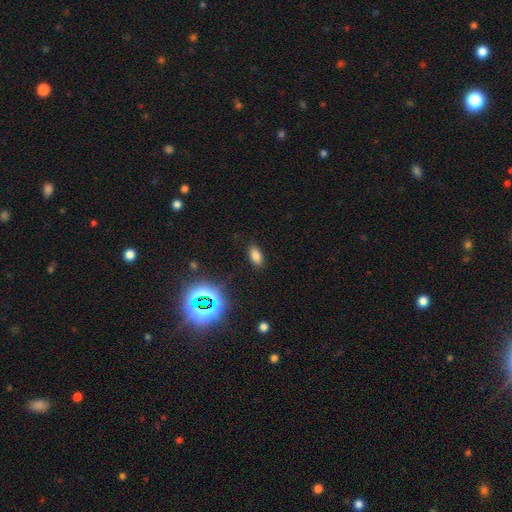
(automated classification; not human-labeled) The model was most divided on "smooth or featured": smooth: 75%, star or artifact: 19%, featured or disk: 6%. More confident: how rounded — in between (90%); merging — none (87%).